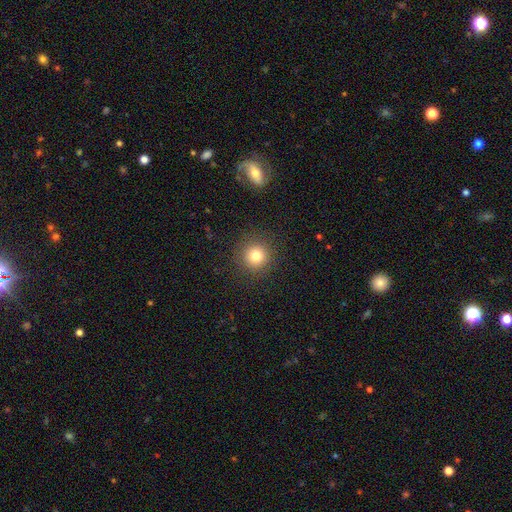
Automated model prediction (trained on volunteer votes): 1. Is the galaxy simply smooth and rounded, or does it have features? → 79% smooth, 13% star or artifact, 8% featured or disk.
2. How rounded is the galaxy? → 95% round, 4% in between, 1% cigar-shaped.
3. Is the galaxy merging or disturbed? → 90% none, 6% minor disturbance, 3% major disturbance, 1% merger.